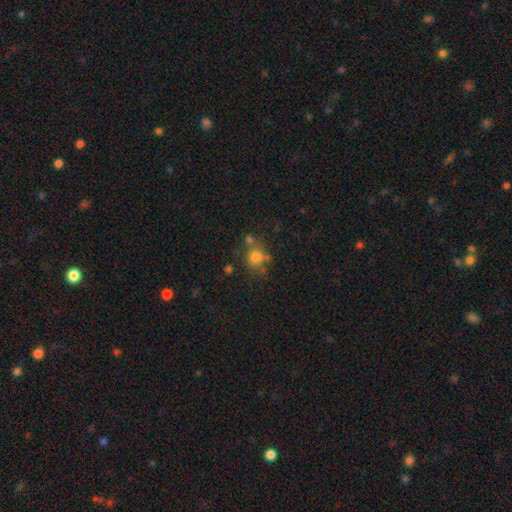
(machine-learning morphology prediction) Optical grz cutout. It shows a smooth galaxy with no disk features (69%) that is round (76%). Merging: none (58%).